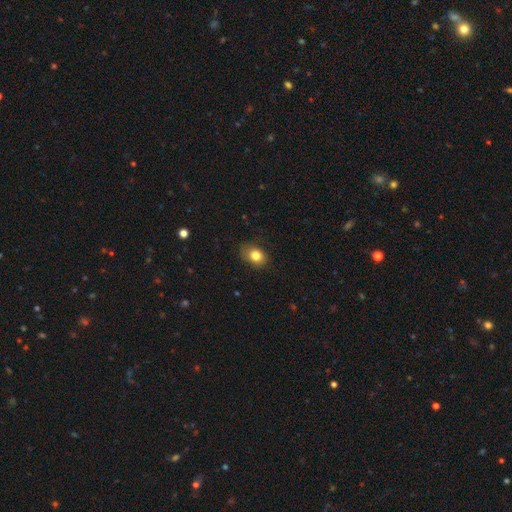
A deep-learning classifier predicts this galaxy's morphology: smooth-or-featured: smooth: 81% | star or artifact: 10% | featured or disk: 9%
  how-rounded: in between: 64% | round: 35% | cigar-shaped: 1%
  merging: none: 78% | minor disturbance: 17% | major disturbance: 4% | merger: 1%